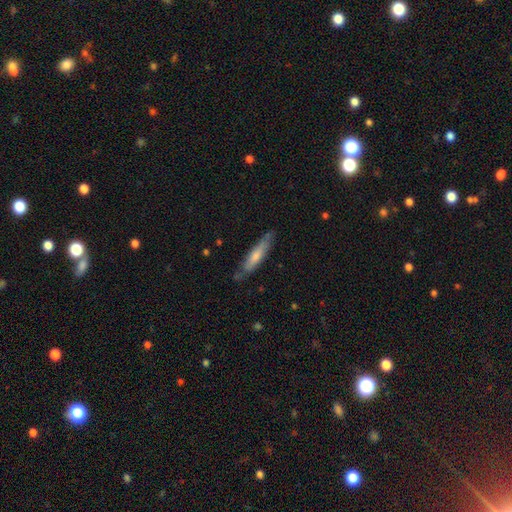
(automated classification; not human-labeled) Smooth or featured: smooth — 62% (featured or disk — 33%)
How rounded: cigar-shaped — 84% (in between — 15%)
Merging: none — 74% (minor disturbance — 20%)